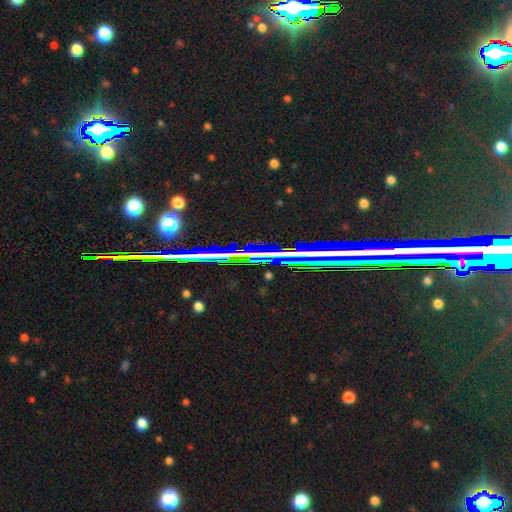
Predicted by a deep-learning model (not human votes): The model was most divided on "smooth or featured": star or artifact: 75%, featured or disk: 15%, smooth: 10%.